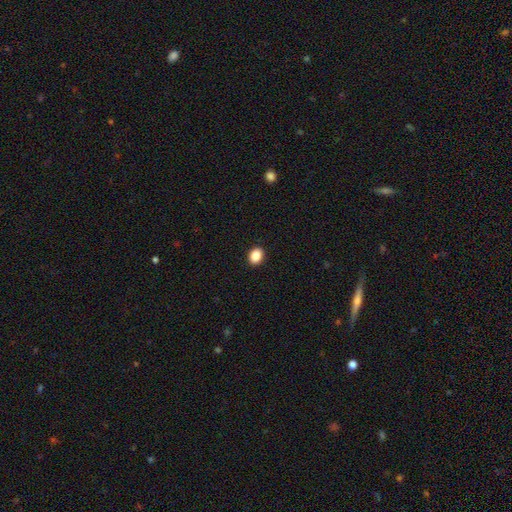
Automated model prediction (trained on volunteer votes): smooth 88%, star or artifact 9%, featured or disk 3%. Down the decision tree: how rounded — in between (60%); merging — none (92%).